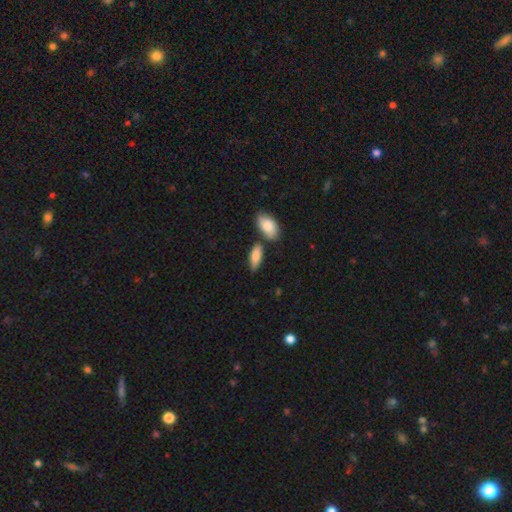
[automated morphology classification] smooth 84%, featured or disk 10%, star or artifact 6%. Down the decision tree: how rounded — in between (82%); merging — none (62%).